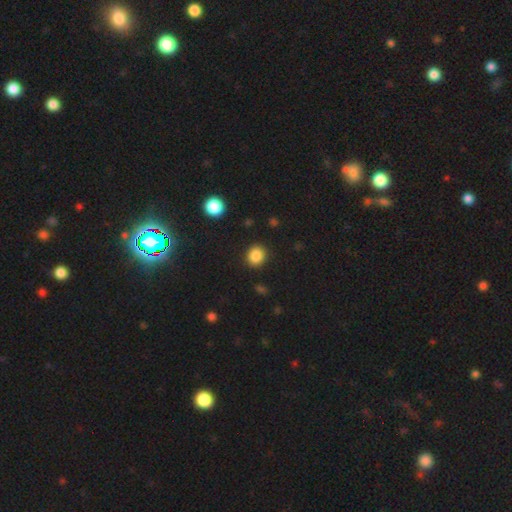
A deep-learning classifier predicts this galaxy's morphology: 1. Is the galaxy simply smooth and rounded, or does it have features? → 86% smooth, 11% star or artifact, 4% featured or disk.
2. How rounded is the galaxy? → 78% round, 22% in between, 1% cigar-shaped.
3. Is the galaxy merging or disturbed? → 90% none, 7% minor disturbance, 2% major disturbance, 1% merger.